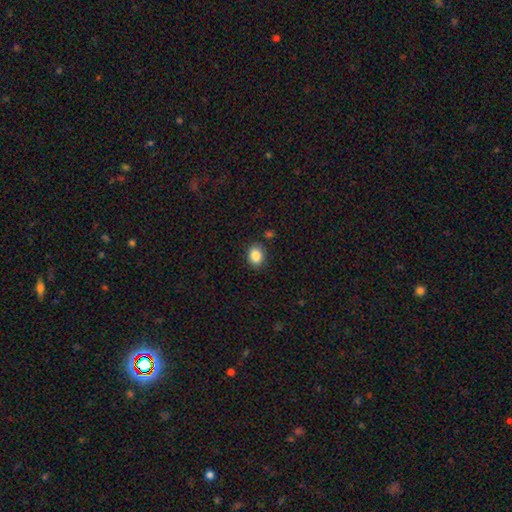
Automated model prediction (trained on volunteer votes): The model was most divided on "how rounded": in between: 60%, round: 39%, cigar-shaped: 1%. More confident: smooth or featured — smooth (87%); merging — none (85%).